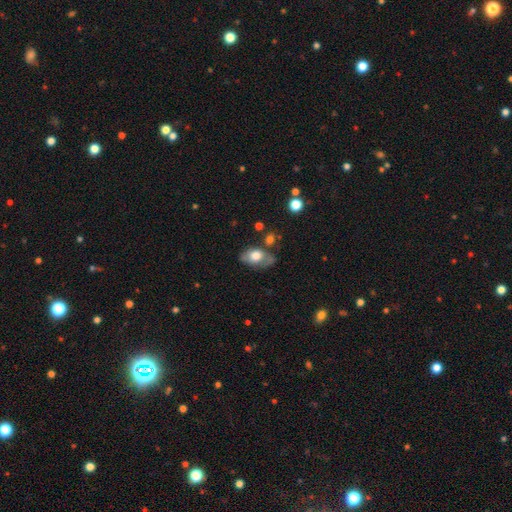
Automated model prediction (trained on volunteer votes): smooth-or-featured: smooth: 66% | featured or disk: 27% | star or artifact: 7%
  how-rounded: in between: 87% | round: 11% | cigar-shaped: 2%
  merging: none: 55% | minor disturbance: 27% | major disturbance: 10% | merger: 8%